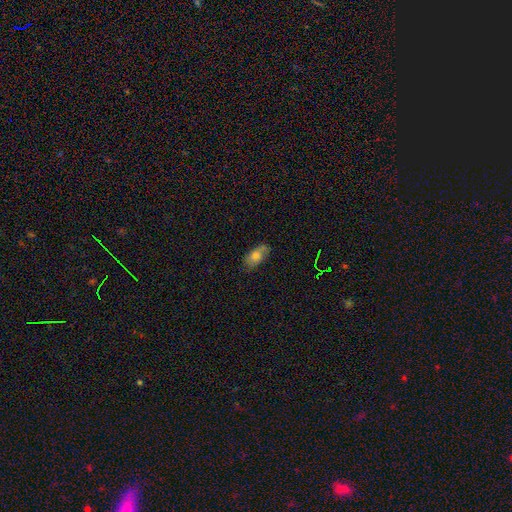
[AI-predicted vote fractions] Q: Smooth or featured?
A: smooth (67%); runner-up: featured or disk (23%)
Q: How rounded?
A: in between (89%); runner-up: round (6%)
Q: Merging?
A: none (67%); runner-up: minor disturbance (25%)